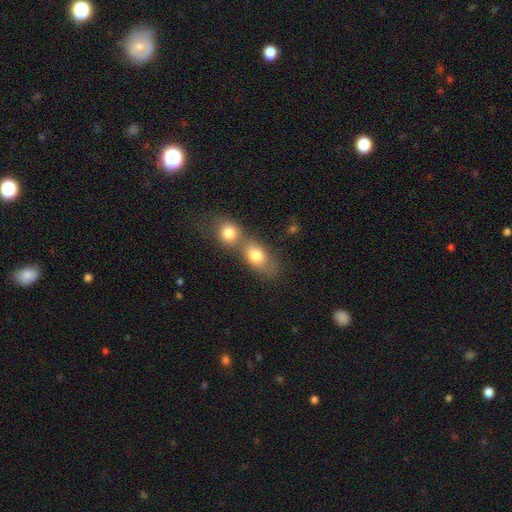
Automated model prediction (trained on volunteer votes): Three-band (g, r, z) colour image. It shows a smooth galaxy with no disk features (77%) that is in between round and cigar-shaped (62%). Merging: merger (65%).